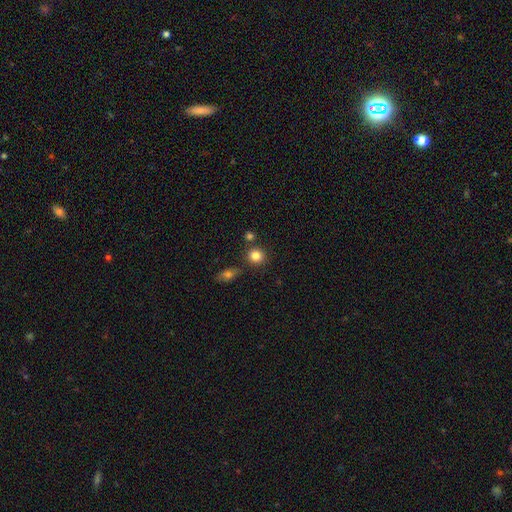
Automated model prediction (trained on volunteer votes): Smooth or featured? Predicted: smooth (p=0.84). How rounded? Predicted: round (p=0.85). Merging? Predicted: none (p=0.79).